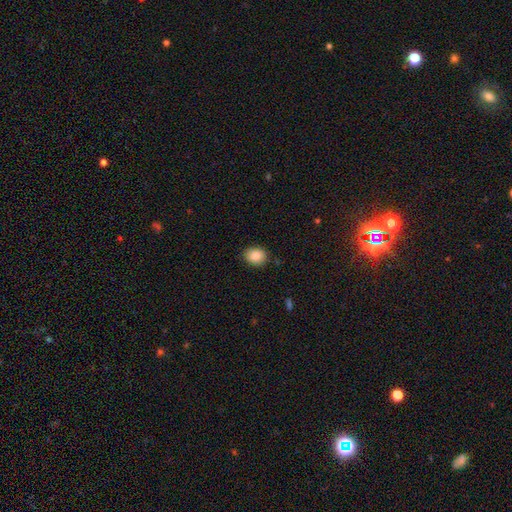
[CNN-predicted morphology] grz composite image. It shows a smooth galaxy with no disk features (86%) that is round (53%). Merging: none (87%).